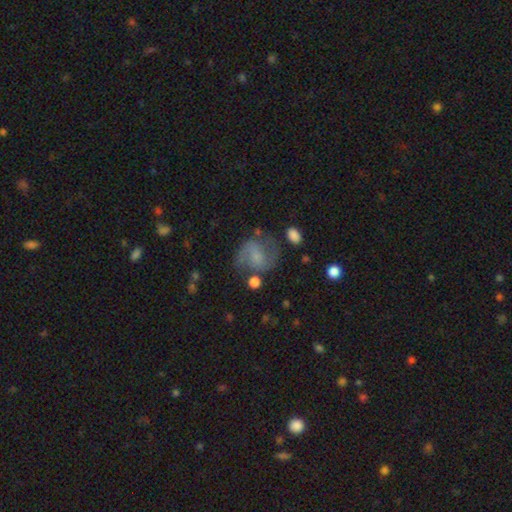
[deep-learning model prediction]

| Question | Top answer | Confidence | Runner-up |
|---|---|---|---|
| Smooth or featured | featured or disk | 62% | smooth (29%) |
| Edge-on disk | no | 98% | yes (2%) |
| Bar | weak | 46% | no (38%) |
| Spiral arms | yes | 88% | no (12%) |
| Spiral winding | medium | 53% | loose (31%) |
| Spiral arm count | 2 | 87% | can't tell (6%) |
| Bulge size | small | 38% | none (31%) |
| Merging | none | 61% | minor disturbance (21%) |